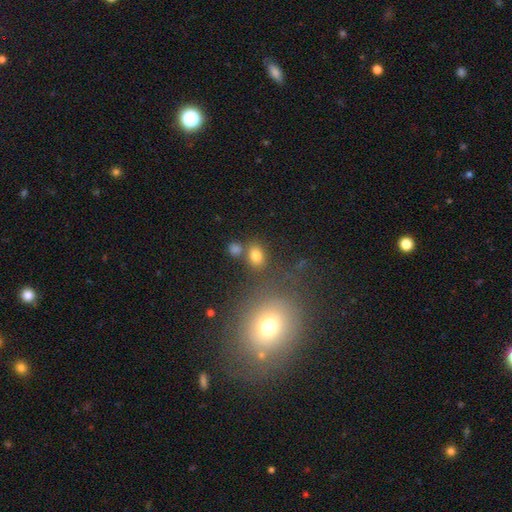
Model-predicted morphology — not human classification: The model was most divided on "how rounded": in between: 60%, round: 39%, cigar-shaped: 1%. More confident: smooth or featured — smooth (76%); merging — none (70%).